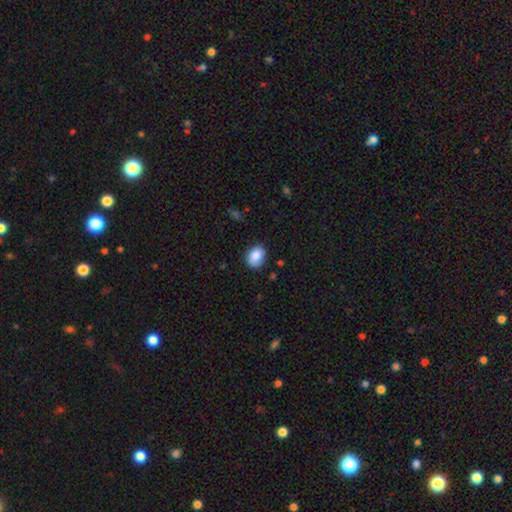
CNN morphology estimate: smooth-or-featured: smooth: 88% | star or artifact: 7% | featured or disk: 5%
  how-rounded: in between: 69% | round: 30% | cigar-shaped: 1%
  merging: none: 81% | minor disturbance: 15% | major disturbance: 3% | merger: 1%